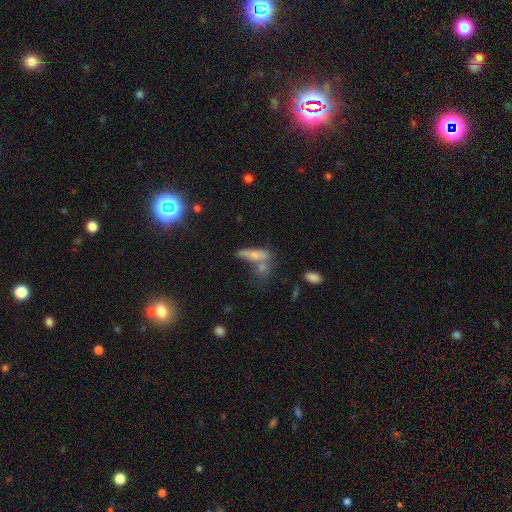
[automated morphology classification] smooth_or_featured: smooth (p=0.64) [alt: featured or disk p=0.25]
how_rounded: cigar-shaped (p=0.54) [alt: in between p=0.42]
merging: none (p=0.37) [alt: merger p=0.35]